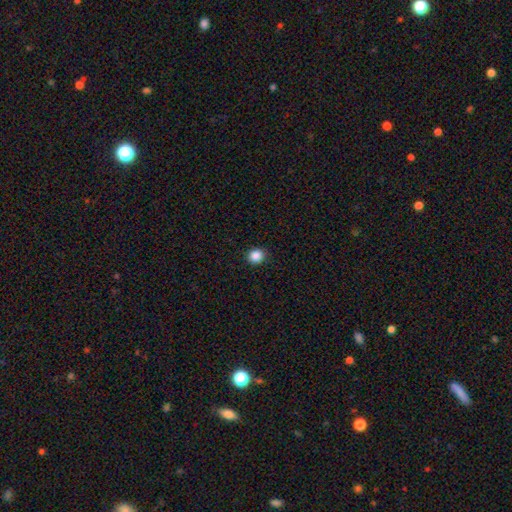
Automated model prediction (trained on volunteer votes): Smooth or featured?
  - smooth: 87% *
  - star or artifact: 10%
  - featured or disk: 3%
How rounded?
  - round: 83% *
  - in between: 16%
  - cigar-shaped: 1%
Merging?
  - none: 91% *
  - minor disturbance: 6%
  - major disturbance: 2%
  - merger: 1%